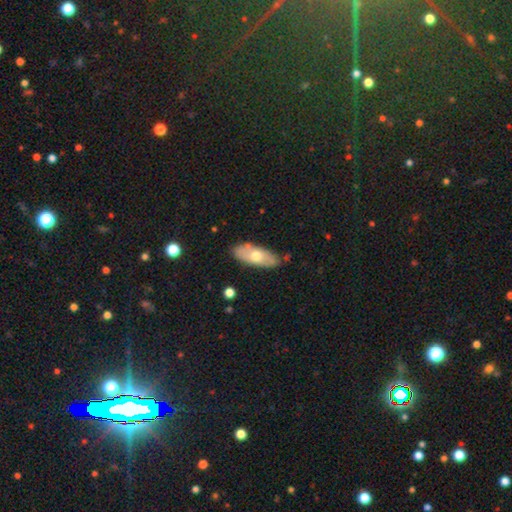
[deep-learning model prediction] The model was most divided on "smooth or featured": smooth: 60%, featured or disk: 34%, star or artifact: 6%. More confident: how rounded — in between (80%); merging — none (78%).